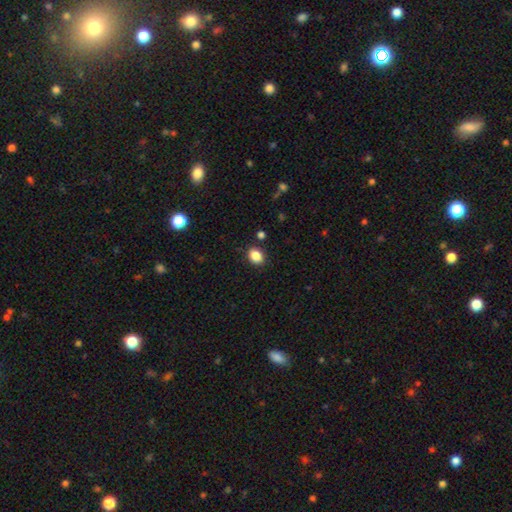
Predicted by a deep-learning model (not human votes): Smooth or featured?
  - smooth: 86% *
  - star or artifact: 10%
  - featured or disk: 4%
How rounded?
  - in between: 54% *
  - round: 45%
  - cigar-shaped: 1%
Merging?
  - none: 87% *
  - minor disturbance: 9%
  - merger: 2%
  - major disturbance: 2%